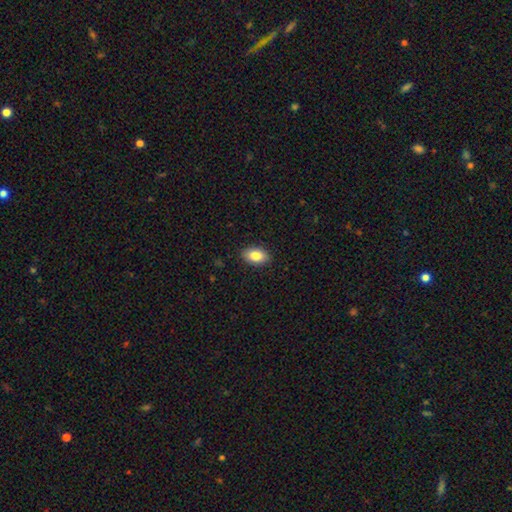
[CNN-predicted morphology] A smooth galaxy with no disk features (85%) that is in between round and cigar-shaped (91%). Merging: none (89%).